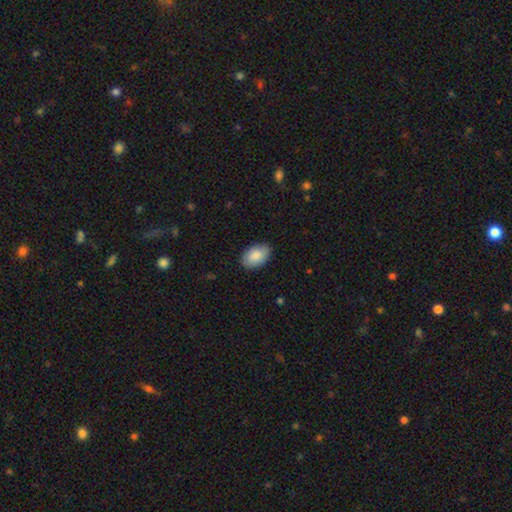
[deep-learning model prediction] Smooth or featured: smooth — 87% (featured or disk — 7%)
How rounded: in between — 91% (round — 8%)
Merging: none — 85% (minor disturbance — 12%)